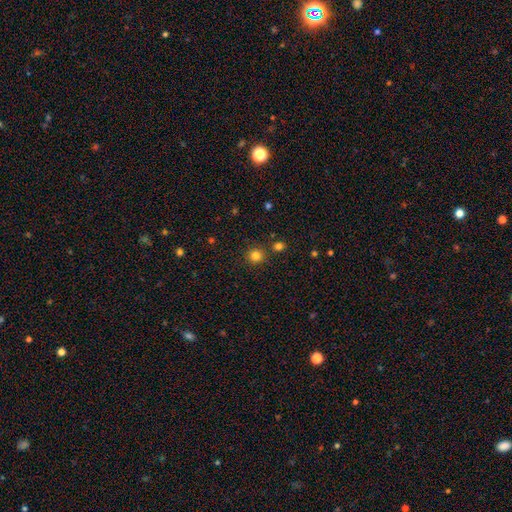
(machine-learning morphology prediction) Smooth or featured?
  - smooth: 81% *
  - star or artifact: 14%
  - featured or disk: 5%
How rounded?
  - round: 93% *
  - in between: 6%
  - cigar-shaped: 1%
Merging?
  - none: 85% *
  - minor disturbance: 7%
  - merger: 6%
  - major disturbance: 2%